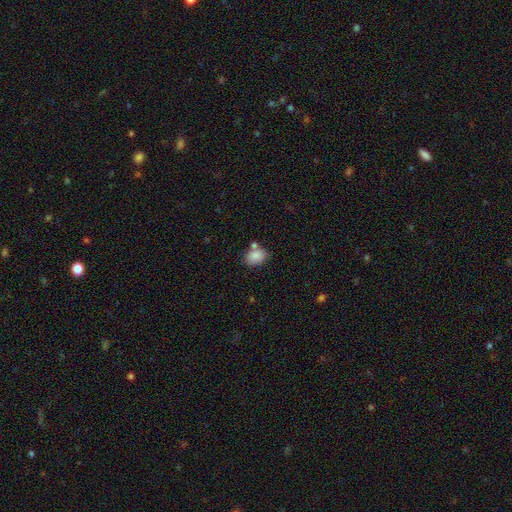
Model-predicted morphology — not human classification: Smooth or featured?
  - smooth: 86% *
  - star or artifact: 8%
  - featured or disk: 6%
How rounded?
  - in between: 77% *
  - round: 22%
  - cigar-shaped: 1%
Merging?
  - none: 63% *
  - merger: 16%
  - minor disturbance: 16%
  - major disturbance: 4%